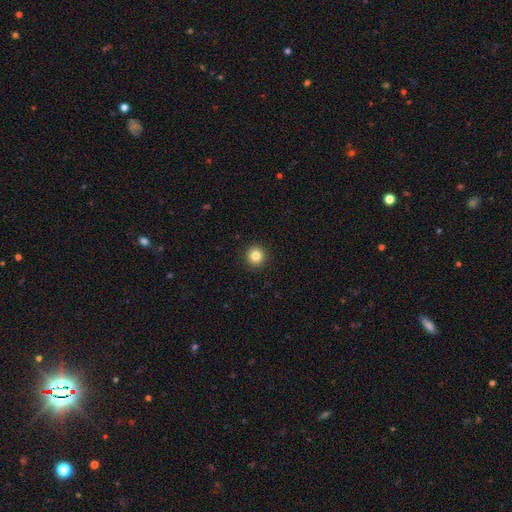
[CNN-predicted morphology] Smooth or featured? Predicted: smooth (p=0.84). How rounded? Predicted: round (p=0.93). Merging? Predicted: none (p=0.93).